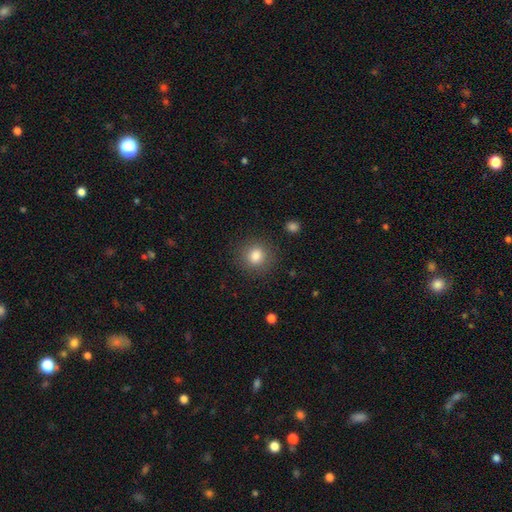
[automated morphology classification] A smooth galaxy with no disk features (83%) that is round (86%). Merging: none (87%).